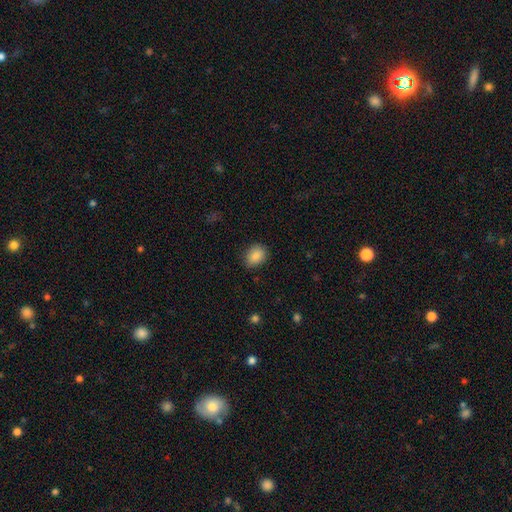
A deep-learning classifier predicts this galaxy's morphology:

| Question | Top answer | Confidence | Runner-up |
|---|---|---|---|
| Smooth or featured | smooth | 86% | star or artifact (8%) |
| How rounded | in between | 51% | round (48%) |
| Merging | none | 83% | minor disturbance (13%) |